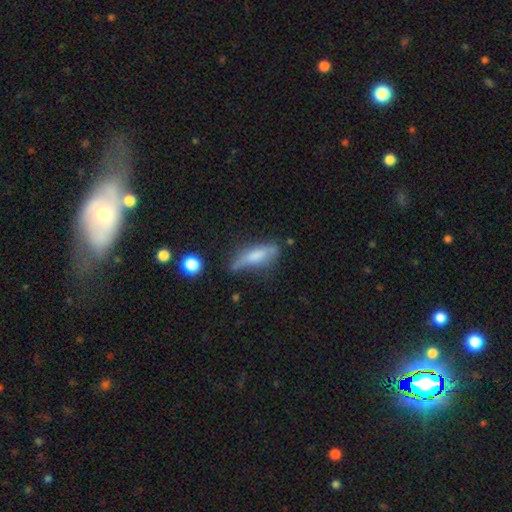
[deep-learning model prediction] A smooth galaxy with no disk features (57%) that is cigar-shaped (57%).

Vote fractions:
- Smooth or featured? smooth: 57% / featured or disk: 34% / star or artifact: 9%
- How rounded? cigar-shaped: 57% / in between: 40% / round: 3%
- Merging? none: 52% / minor disturbance: 32% / major disturbance: 12% / merger: 4%